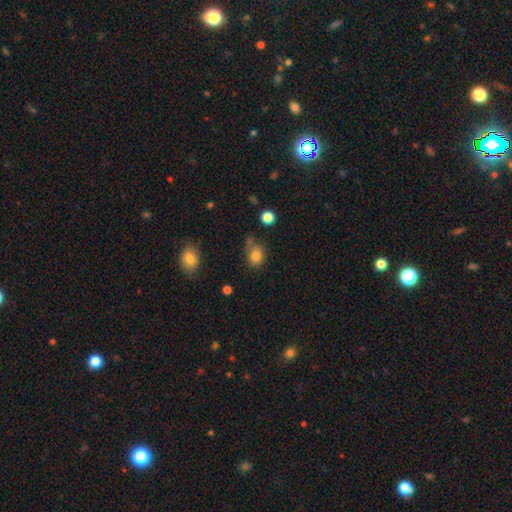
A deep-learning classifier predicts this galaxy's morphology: A smooth galaxy with no disk features (81%) that is round (60%).

Vote fractions:
- Smooth or featured? smooth: 81% / star or artifact: 12% / featured or disk: 7%
- How rounded? round: 60% / in between: 39% / cigar-shaped: 1%
- Merging? none: 57% / minor disturbance: 25% / merger: 10% / major disturbance: 8%